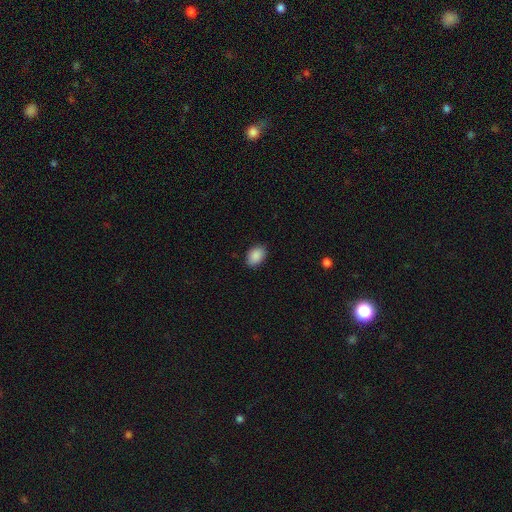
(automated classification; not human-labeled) This is clearly a smooth galaxy (90%). How rounded: clearly in between (86%). Merging: clearly none (85%).